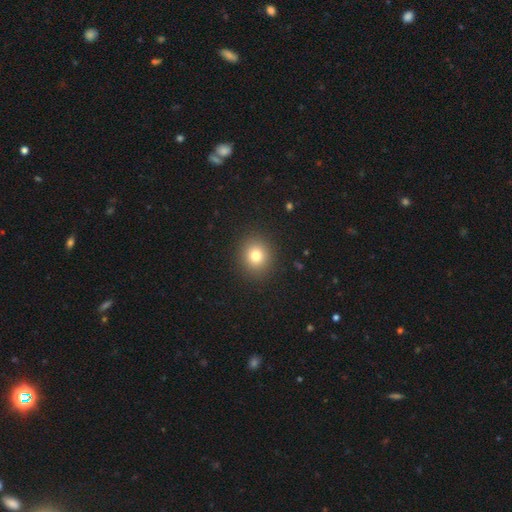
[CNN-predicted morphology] This is likely a smooth galaxy (79%). How rounded: clearly round (82%). Merging: clearly none (91%).